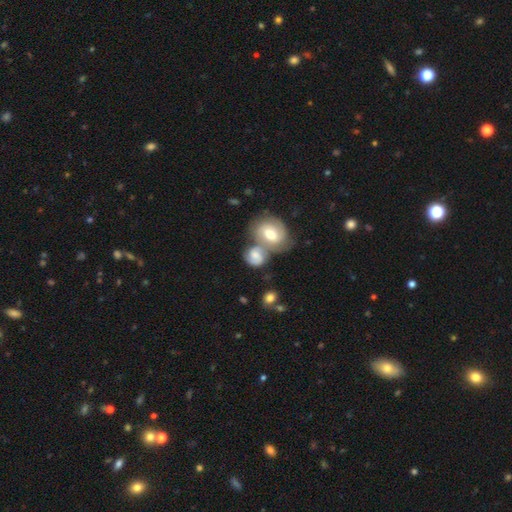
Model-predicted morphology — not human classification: Overall: smooth (47%; featured or disk 44%). Merging: merger (50%; none 31%).